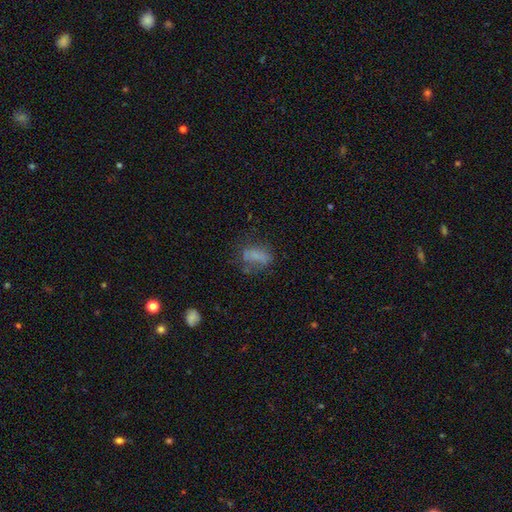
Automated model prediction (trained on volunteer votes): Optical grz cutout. It shows a smooth galaxy with no disk features (61%) that is in between round and cigar-shaped (77%). Merging: none (45%).